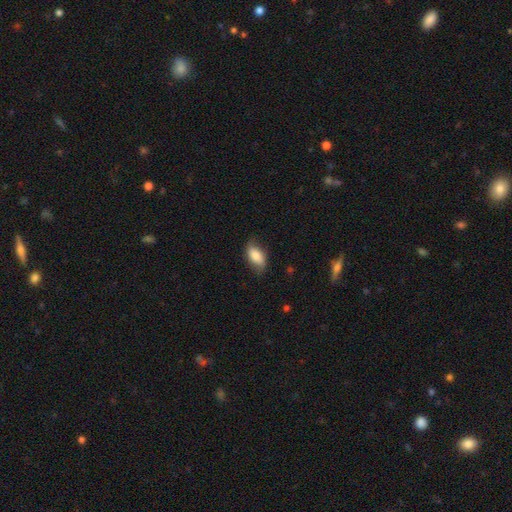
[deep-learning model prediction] Smooth or featured?
  - smooth: 72% *
  - featured or disk: 21%
  - star or artifact: 7%
How rounded?
  - in between: 91% *
  - round: 5%
  - cigar-shaped: 4%
Merging?
  - none: 68% *
  - minor disturbance: 25%
  - major disturbance: 6%
  - merger: 1%